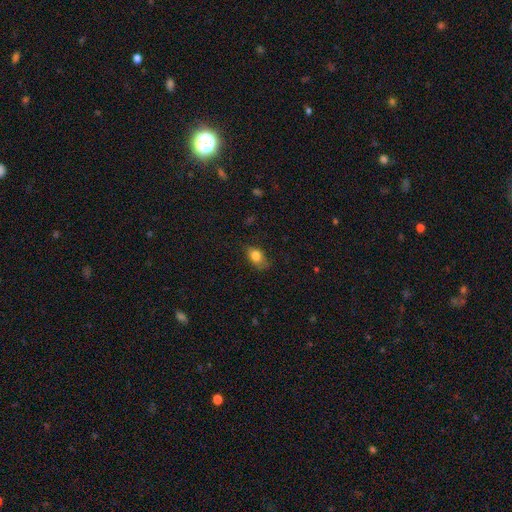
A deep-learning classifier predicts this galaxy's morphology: smooth_or_featured: smooth (p=0.81) [alt: featured or disk p=0.10]
how_rounded: in between (p=0.79) [alt: round p=0.18]
merging: none (p=0.65) [alt: minor disturbance p=0.26]